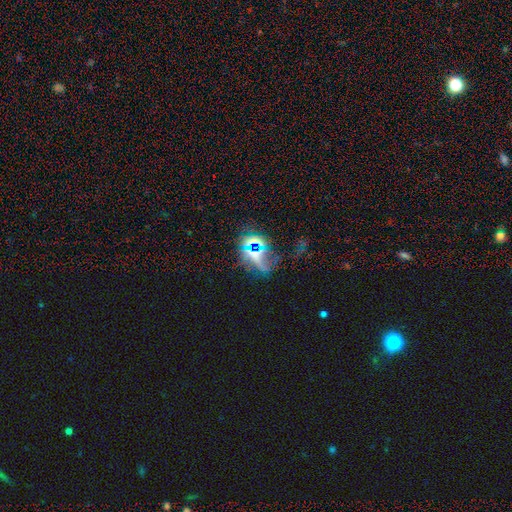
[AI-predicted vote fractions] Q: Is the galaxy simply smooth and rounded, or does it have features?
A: star or artifact — 47%.